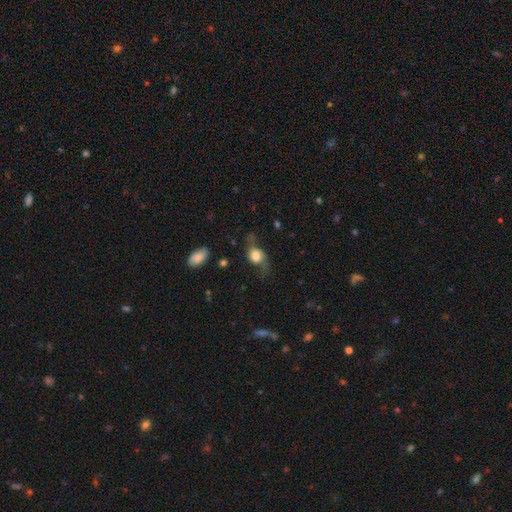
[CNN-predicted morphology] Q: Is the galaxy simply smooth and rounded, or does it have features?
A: smooth — 51%.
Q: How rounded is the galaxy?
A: round — 56%.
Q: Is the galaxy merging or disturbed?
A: none — 41%.